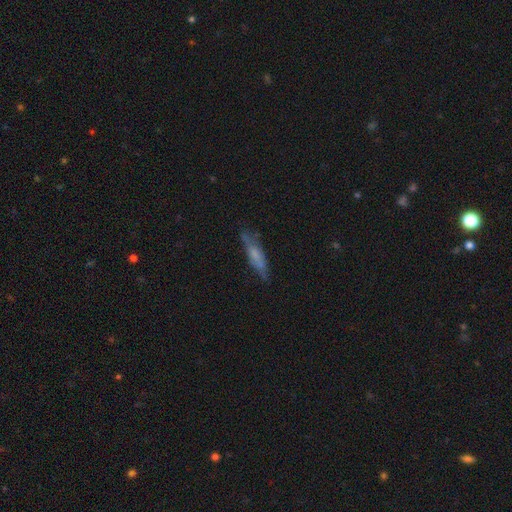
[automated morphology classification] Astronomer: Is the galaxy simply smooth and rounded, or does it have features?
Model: smooth — 51% (runner-up: featured or disk, 41%).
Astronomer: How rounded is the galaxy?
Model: cigar-shaped — 79%.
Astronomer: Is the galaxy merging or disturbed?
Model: none — 72%.